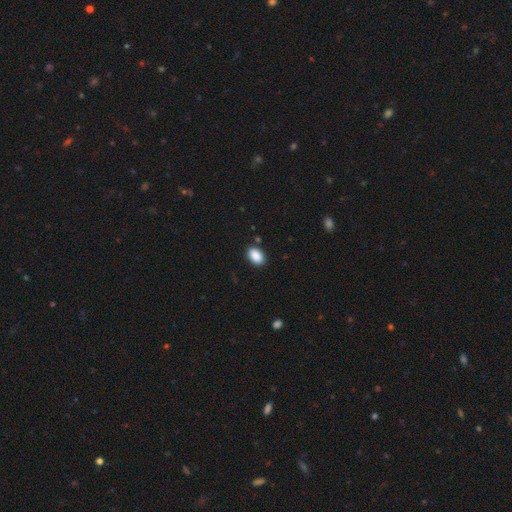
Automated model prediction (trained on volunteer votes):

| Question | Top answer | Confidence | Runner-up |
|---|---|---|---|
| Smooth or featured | smooth | 89% | star or artifact (8%) |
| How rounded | in between | 88% | round (11%) |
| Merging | none | 87% | minor disturbance (9%) |